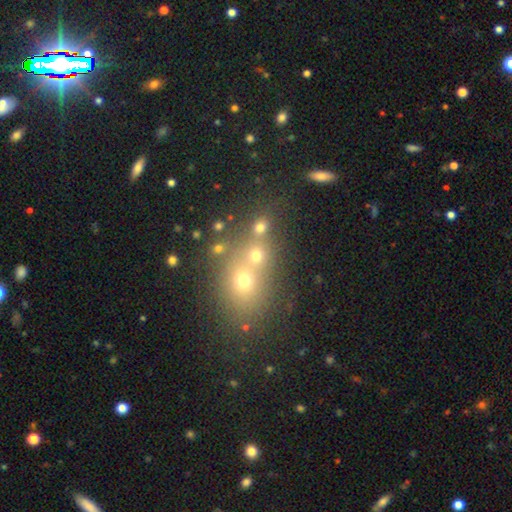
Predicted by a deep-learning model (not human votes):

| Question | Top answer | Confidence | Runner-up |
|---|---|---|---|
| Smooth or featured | smooth | 65% | star or artifact (22%) |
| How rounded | round | 71% | in between (27%) |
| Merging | none | 46% | merger (43%) |